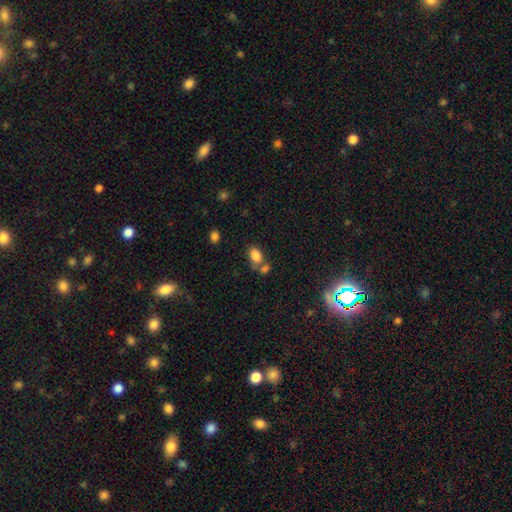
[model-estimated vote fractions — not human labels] Smooth or featured? smooth (83%)
How rounded? in between (84%)
Merging? none (47%)